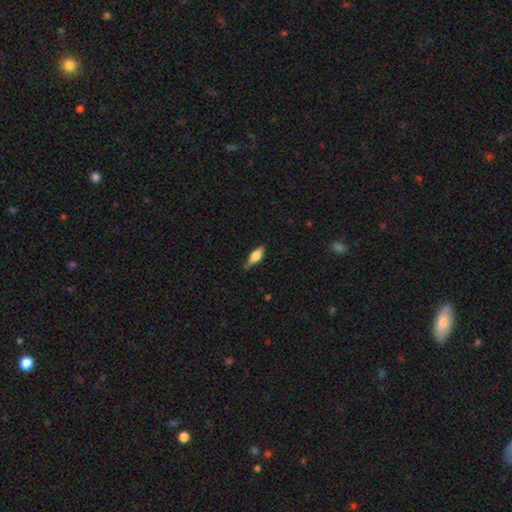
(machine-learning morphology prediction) This appears to be a smooth galaxy with no disk features (58%) that is in between round and cigar-shaped (68%). Merging: none (75%).